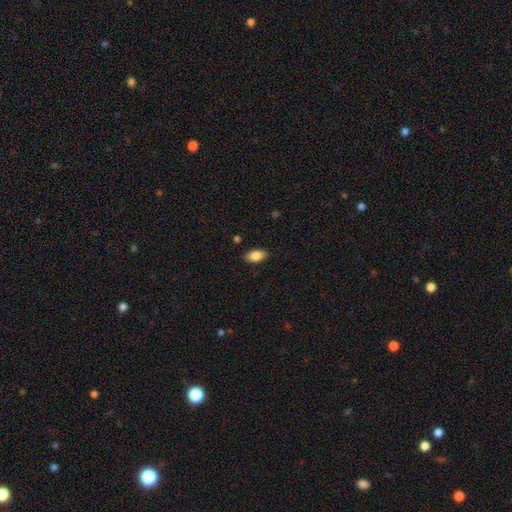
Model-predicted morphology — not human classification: Smooth or featured: smooth — 85% (featured or disk — 8%)
How rounded: in between — 91% (cigar-shaped — 5%)
Merging: none — 87% (minor disturbance — 10%)